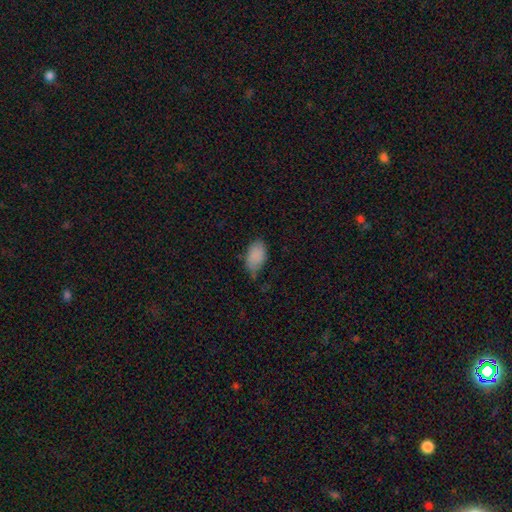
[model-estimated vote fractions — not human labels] The model was most divided on "merging": none: 64%, minor disturbance: 27%, major disturbance: 6%, merger: 3%. More confident: how rounded — in between (94%); smooth or featured — smooth (88%).